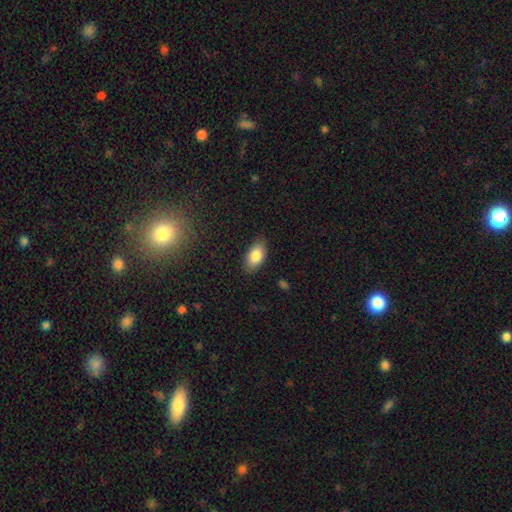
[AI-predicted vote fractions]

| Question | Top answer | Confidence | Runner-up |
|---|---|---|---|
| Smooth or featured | smooth | 84% | featured or disk (9%) |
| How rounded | in between | 93% | round (4%) |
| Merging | none | 85% | minor disturbance (12%) |